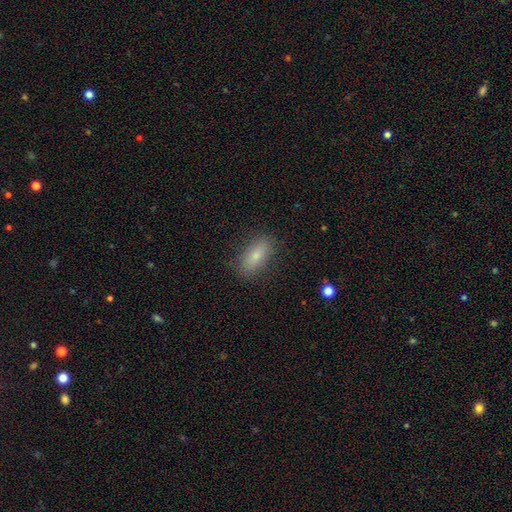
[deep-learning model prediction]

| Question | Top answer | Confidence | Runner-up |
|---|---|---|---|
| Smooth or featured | smooth | 79% | featured or disk (13%) |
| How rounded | in between | 83% | cigar-shaped (13%) |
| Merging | none | 84% | minor disturbance (11%) |